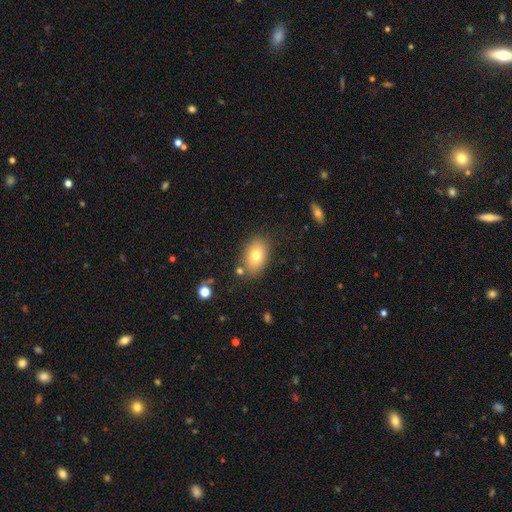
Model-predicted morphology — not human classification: smooth-or-featured: smooth: 76% | featured or disk: 15% | star or artifact: 9%
  how-rounded: in between: 86% | round: 13% | cigar-shaped: 2%
  merging: none: 80% | minor disturbance: 12% | merger: 5% | major disturbance: 3%